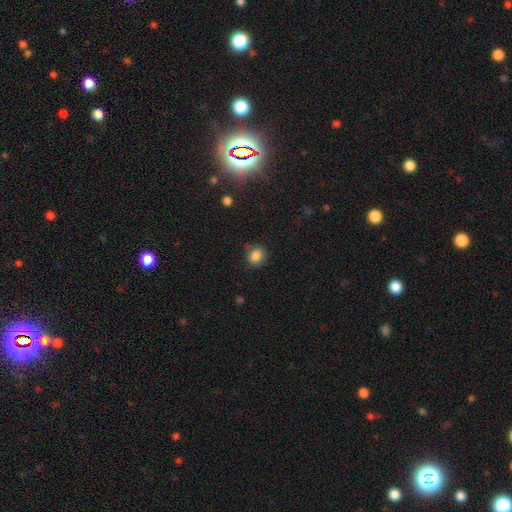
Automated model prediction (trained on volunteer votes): Smooth or featured? smooth (84%)
How rounded? round (66%)
Merging? none (73%)